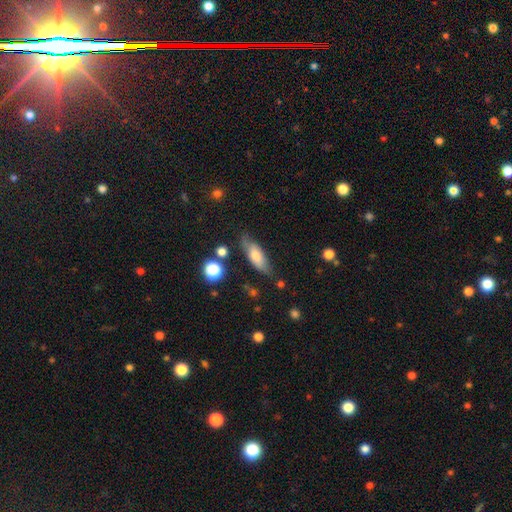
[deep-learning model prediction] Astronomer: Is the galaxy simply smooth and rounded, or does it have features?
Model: smooth — 65%.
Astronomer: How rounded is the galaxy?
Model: in between — 64%.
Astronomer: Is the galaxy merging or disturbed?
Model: none — 69%.